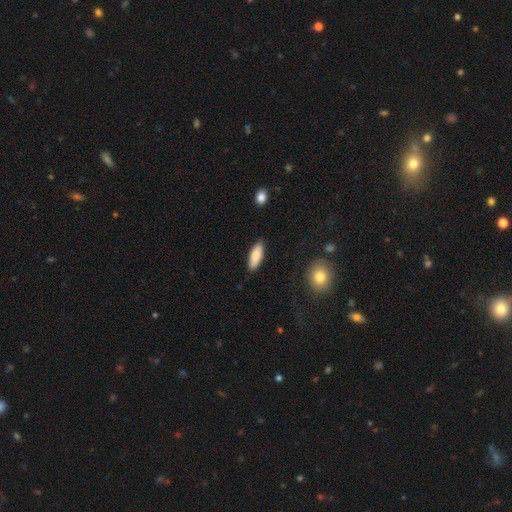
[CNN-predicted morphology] Smooth or featured? smooth (85%)
How rounded? in between (63%)
Merging? none (86%)